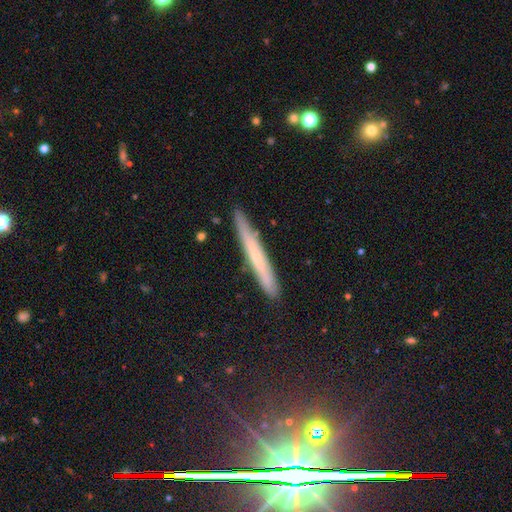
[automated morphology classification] Q: Smooth or featured?
A: smooth (46%); runner-up: featured or disk (45%)
Q: Merging?
A: none (87%); runner-up: minor disturbance (10%)